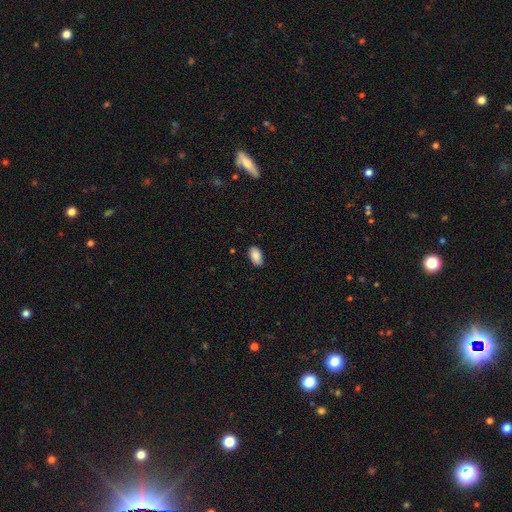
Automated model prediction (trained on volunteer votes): smooth_or_featured: smooth (p=0.88) [alt: star or artifact p=0.07]
how_rounded: in between (p=0.94) [alt: round p=0.05]
merging: none (p=0.83) [alt: minor disturbance p=0.14]